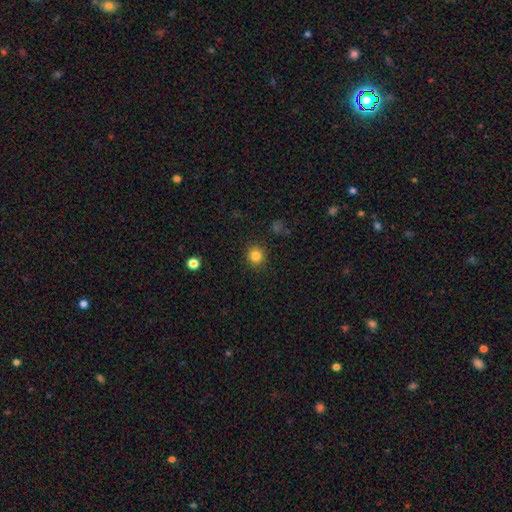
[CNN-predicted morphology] Smooth or featured? Predicted: smooth (p=0.84). How rounded? Predicted: round (p=0.89). Merging? Predicted: none (p=0.90).